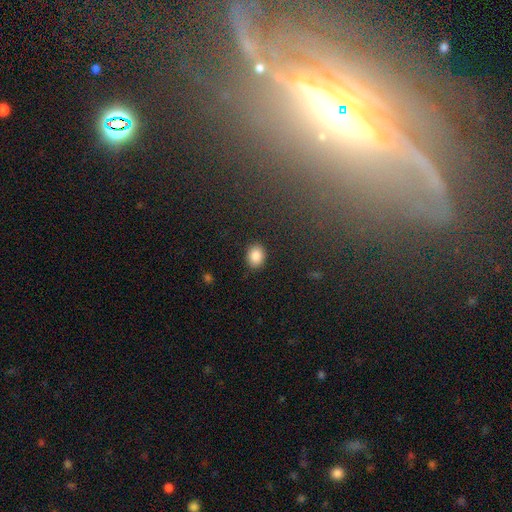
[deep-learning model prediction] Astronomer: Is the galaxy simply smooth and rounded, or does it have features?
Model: smooth — 87%.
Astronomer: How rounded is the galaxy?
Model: in between — 50% (runner-up: round, 49%).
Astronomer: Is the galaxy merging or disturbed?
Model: none — 88%.